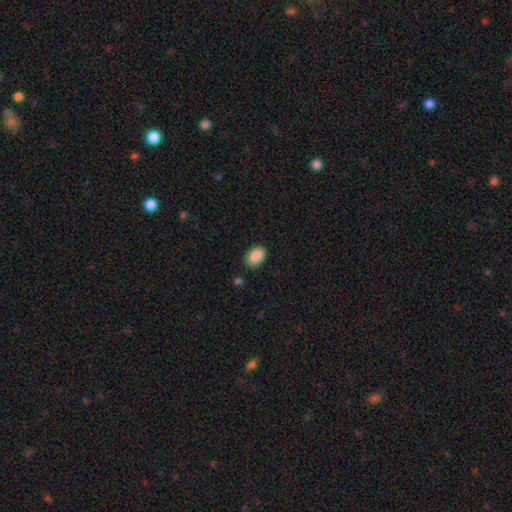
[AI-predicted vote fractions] Q: Smooth or featured?
A: smooth (90%); runner-up: star or artifact (7%)
Q: How rounded?
A: in between (90%); runner-up: round (9%)
Q: Merging?
A: none (83%); runner-up: minor disturbance (13%)